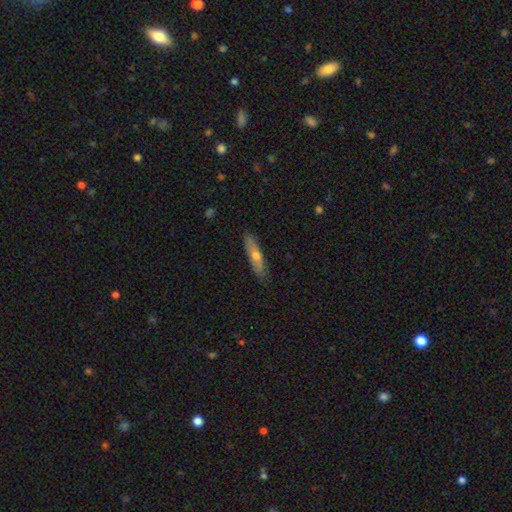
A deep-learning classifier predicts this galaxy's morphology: smooth_or_featured: smooth (p=0.57) [alt: featured or disk p=0.38]
how_rounded: cigar-shaped (p=0.76) [alt: in between p=0.22]
merging: none (p=0.87) [alt: minor disturbance p=0.10]